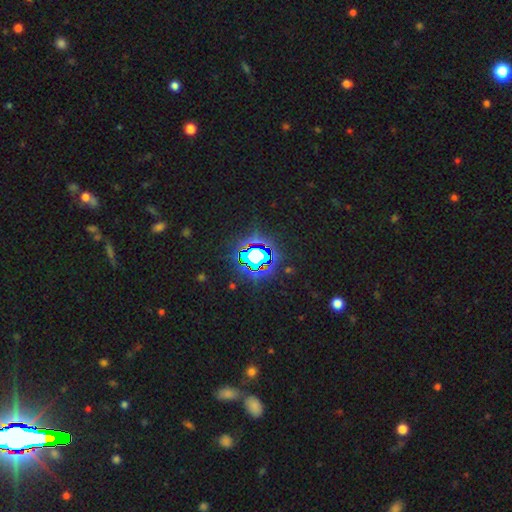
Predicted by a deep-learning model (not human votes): Smooth or featured: star or artifact — 75% (smooth — 13%)